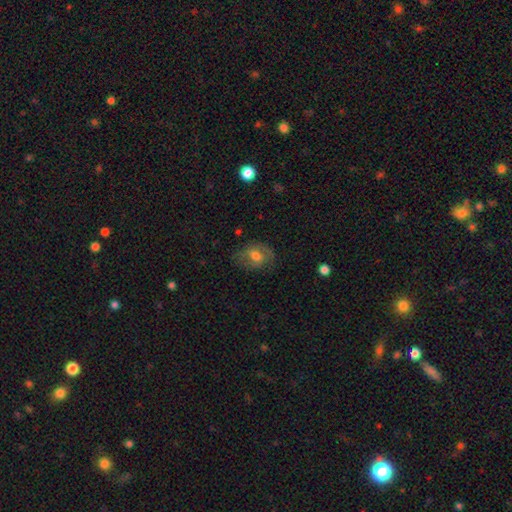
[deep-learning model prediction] Morphology: type=smooth (56%); roundness=in between (64%); merging=none (63%).